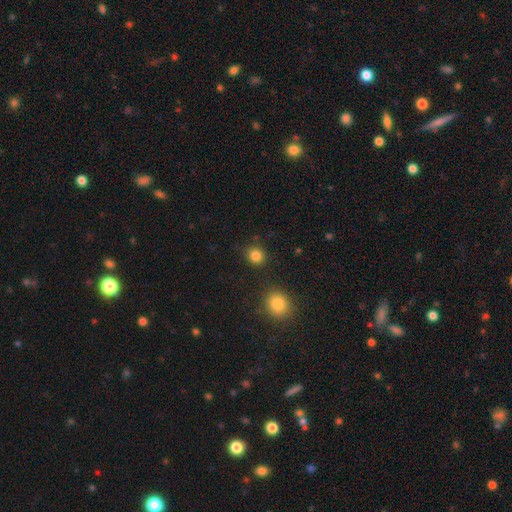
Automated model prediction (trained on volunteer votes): Smooth or featured? smooth (84%)
How rounded? round (86%)
Merging? none (87%)